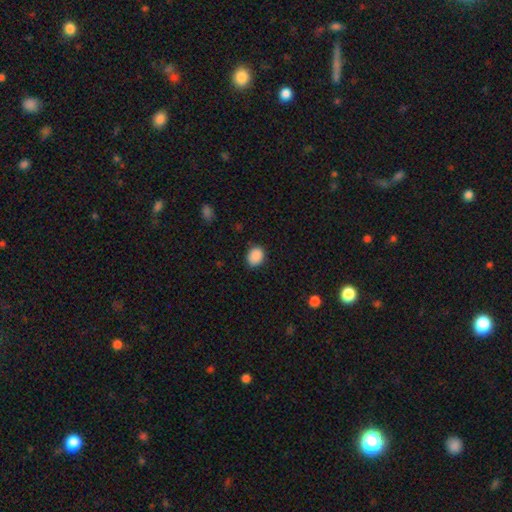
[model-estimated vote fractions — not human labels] This is clearly a smooth galaxy (89%). How rounded: possibly round (52%). Merging: clearly none (84%).